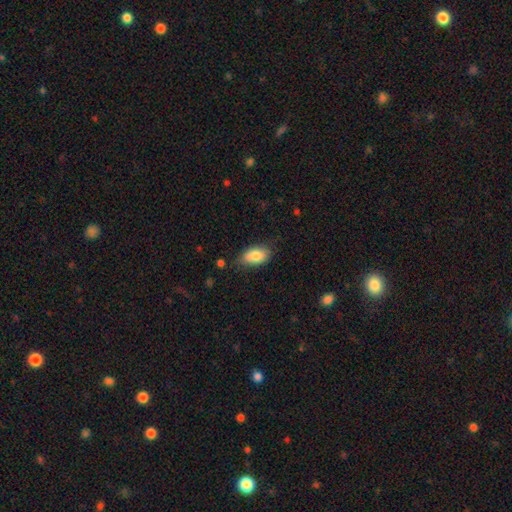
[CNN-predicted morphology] Smooth or featured? Predicted: smooth (p=0.82). How rounded? Predicted: in between (p=0.92). Merging? Predicted: none (p=0.74).